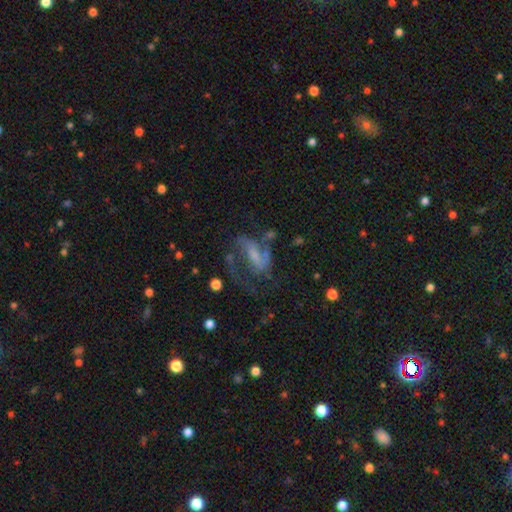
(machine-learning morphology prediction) A featured or disk galaxy (74%) with a weak bar (44%), 2 (68%) medium (47%) spiral arms (84%) and a small central bulge (44%). Merging: none (37%, tied with major disturbance).